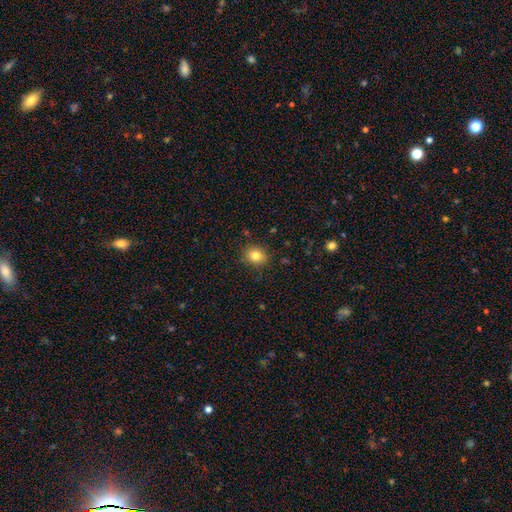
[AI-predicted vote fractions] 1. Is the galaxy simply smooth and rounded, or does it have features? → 81% smooth, 11% star or artifact, 7% featured or disk.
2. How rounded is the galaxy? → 64% round, 35% in between, 1% cigar-shaped.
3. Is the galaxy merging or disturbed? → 86% none, 10% minor disturbance, 3% major disturbance, 1% merger.